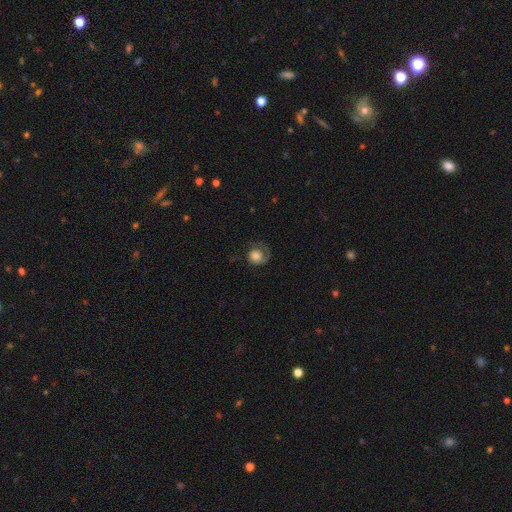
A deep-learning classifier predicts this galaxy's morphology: Smooth or featured: smooth — 46% (featured or disk — 45%)
Merging: none — 50% (major disturbance — 28%)